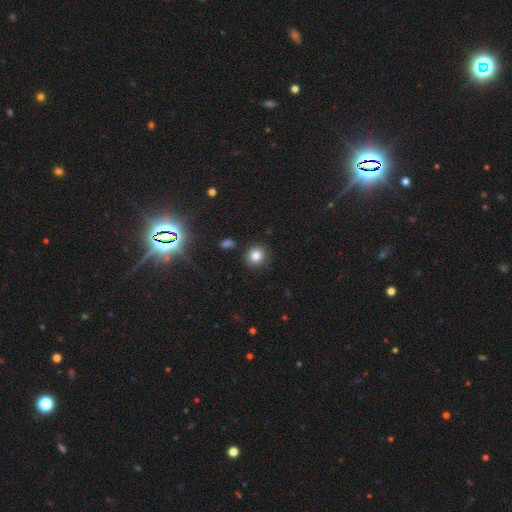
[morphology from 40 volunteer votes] This appears to be a smooth galaxy with no disk features (82%) that is round (91%). Merging: none (89%).